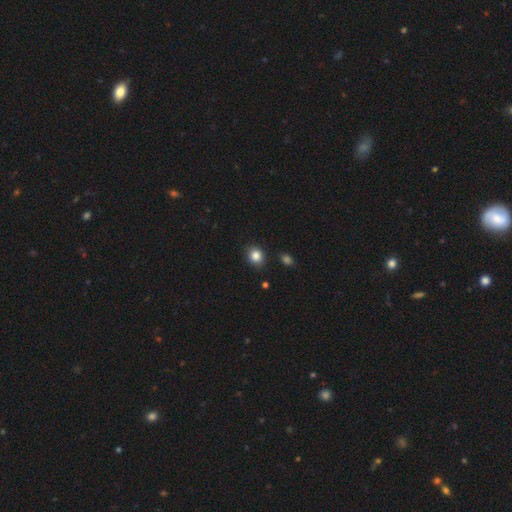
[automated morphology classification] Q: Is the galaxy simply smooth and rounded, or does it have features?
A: smooth — 85%.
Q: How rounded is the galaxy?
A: round — 63%.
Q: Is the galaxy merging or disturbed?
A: none — 86%.